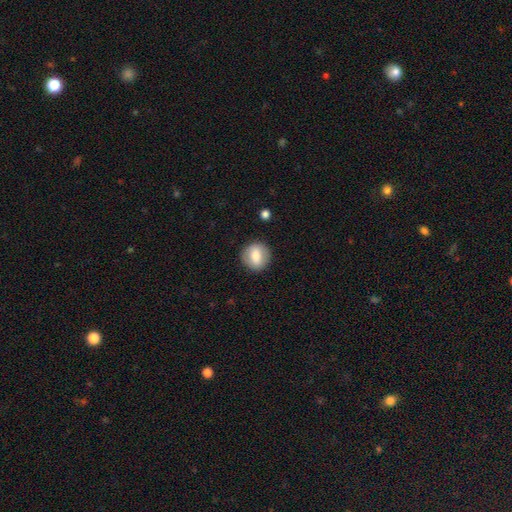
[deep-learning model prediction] Smooth or featured? Predicted: smooth (p=0.72). How rounded? Predicted: round (p=0.82). Merging? Predicted: none (p=0.88).